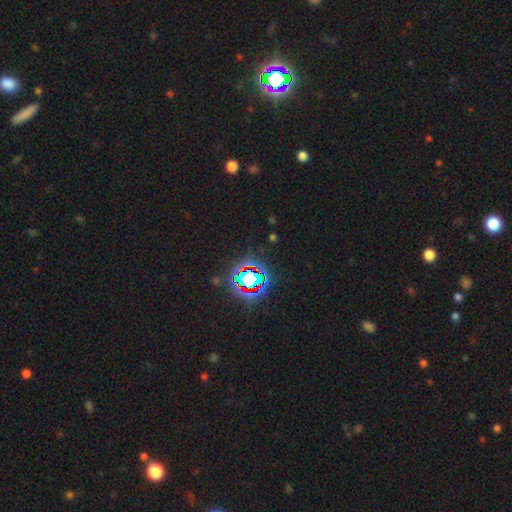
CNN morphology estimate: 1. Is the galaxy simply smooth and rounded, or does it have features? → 83% star or artifact, 10% smooth, 7% featured or disk.